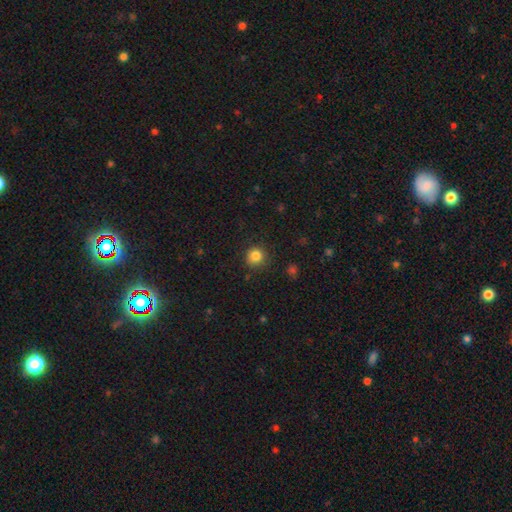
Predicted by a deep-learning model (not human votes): smooth_or_featured: smooth (p=0.84) [alt: star or artifact p=0.11]
how_rounded: round (p=0.92) [alt: in between p=0.07]
merging: none (p=0.86) [alt: minor disturbance p=0.10]